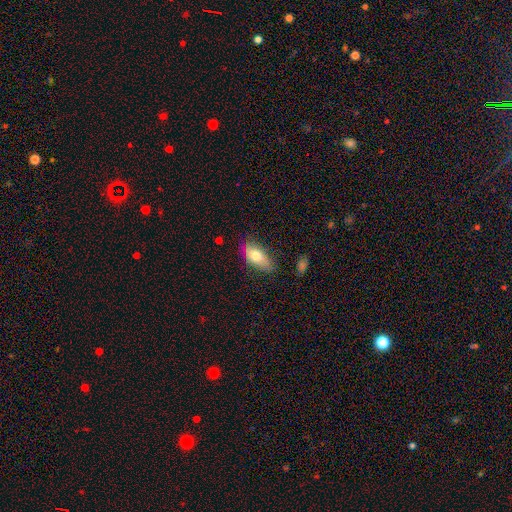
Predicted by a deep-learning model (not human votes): smooth-or-featured: smooth: 73% | featured or disk: 20% | star or artifact: 7%
  how-rounded: in between: 87% | cigar-shaped: 9% | round: 4%
  merging: none: 72% | minor disturbance: 22% | major disturbance: 4% | merger: 2%